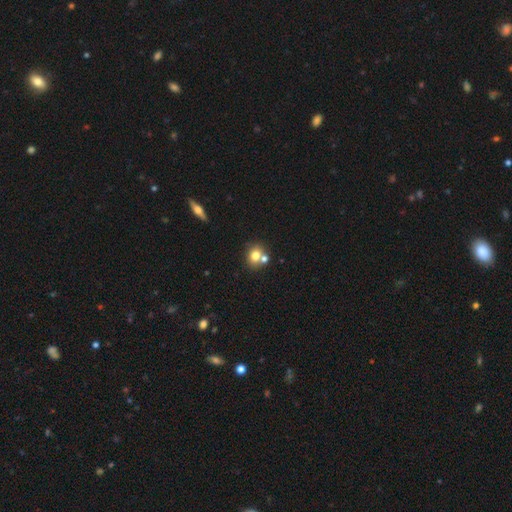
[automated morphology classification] This is likely a smooth galaxy (74%). How rounded: likely round (70%). Merging: possibly none (55%).